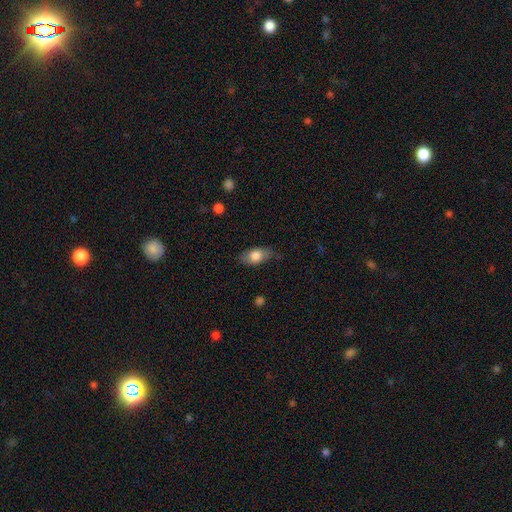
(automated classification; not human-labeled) This appears to be a smooth galaxy with no disk features (75%) that is in between round and cigar-shaped (88%). Merging: none (73%).